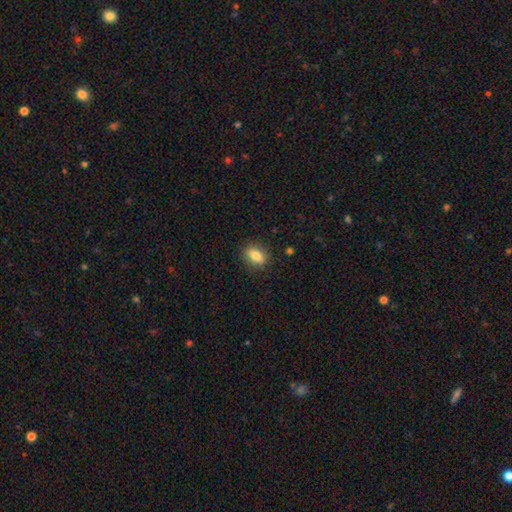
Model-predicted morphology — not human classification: Smooth or featured? Predicted: smooth (p=0.80). How rounded? Predicted: in between (p=0.78). Merging? Predicted: none (p=0.86).